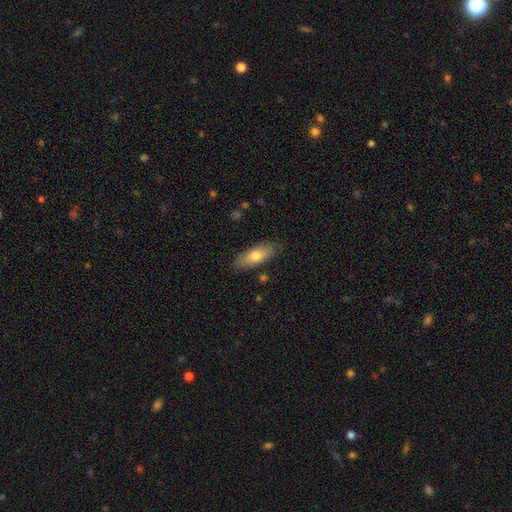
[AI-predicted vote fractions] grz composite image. It shows a smooth galaxy with no disk features (69%) that is in between round and cigar-shaped (67%). Merging: none (84%).